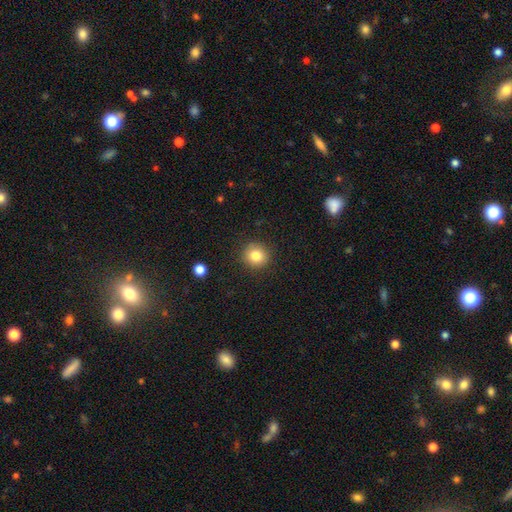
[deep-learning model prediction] Overall: smooth (83%). How rounded: round (89%). Merging: none (90%).